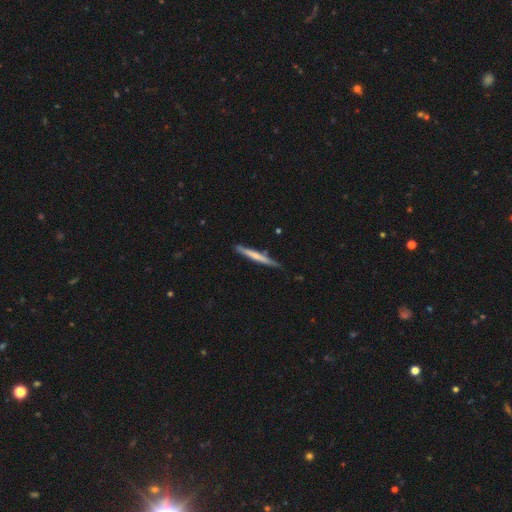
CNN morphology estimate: Q: Smooth or featured?
A: smooth (52%); runner-up: featured or disk (43%)
Q: How rounded?
A: cigar-shaped (96%); runner-up: in between (2%)
Q: Merging?
A: none (83%); runner-up: minor disturbance (13%)